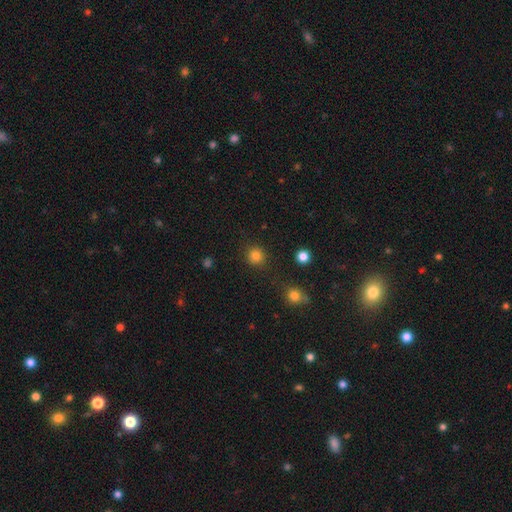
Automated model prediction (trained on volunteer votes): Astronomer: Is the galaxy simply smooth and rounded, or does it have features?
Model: smooth — 84%.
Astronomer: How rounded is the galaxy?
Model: round — 92%.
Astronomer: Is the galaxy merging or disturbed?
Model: none — 88%.